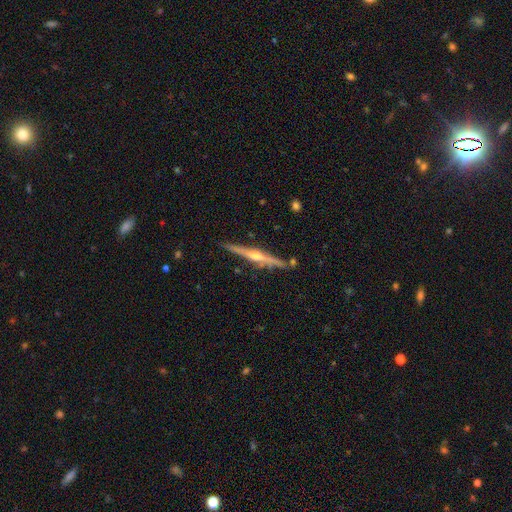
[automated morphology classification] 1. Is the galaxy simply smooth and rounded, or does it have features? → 78% featured or disk, 16% smooth, 6% star or artifact.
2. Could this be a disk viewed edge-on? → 98% yes, 2% no.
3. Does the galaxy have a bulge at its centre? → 88% rounded, 7% none, 5% boxy.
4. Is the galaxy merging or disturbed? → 85% none, 10% minor disturbance, 3% merger, 2% major disturbance.